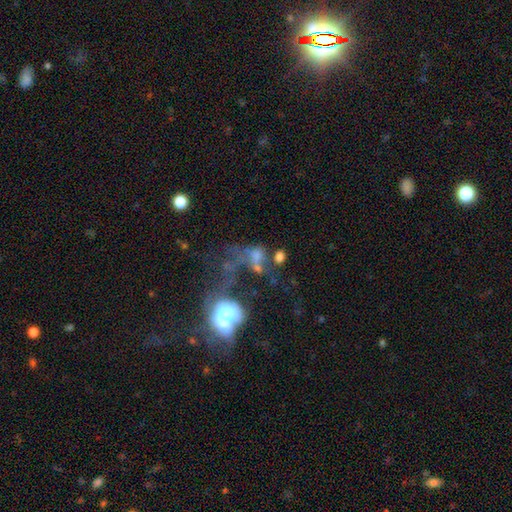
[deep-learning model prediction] This appears to be a featured or disk galaxy (40%). Merging: merger (39%).